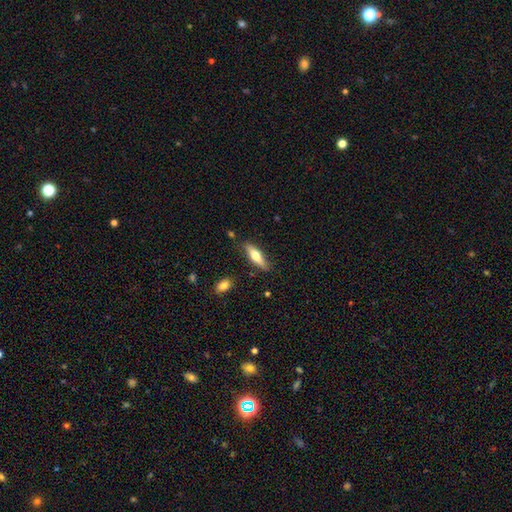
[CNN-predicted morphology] Smooth or featured?
  - smooth: 58% *
  - featured or disk: 36%
  - star or artifact: 6%
How rounded?
  - cigar-shaped: 61% *
  - in between: 37%
  - round: 2%
Merging?
  - none: 81% *
  - minor disturbance: 13%
  - major disturbance: 3%
  - merger: 3%